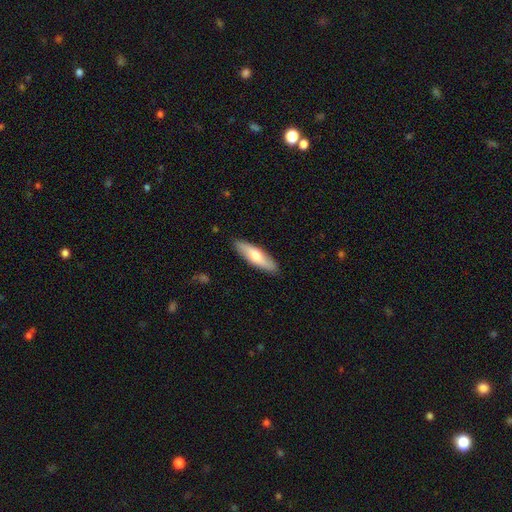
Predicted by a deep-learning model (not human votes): Smooth or featured? smooth (62%)
How rounded? cigar-shaped (63%)
Merging? none (88%)